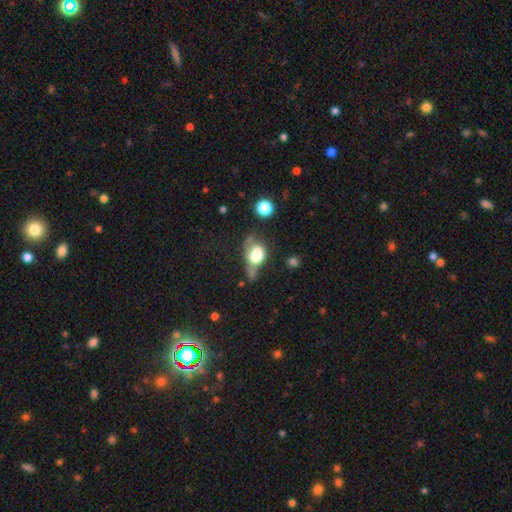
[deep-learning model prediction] Morphology: type=smooth (66%); roundness=in between (71%); merging=major disturbance (34%).